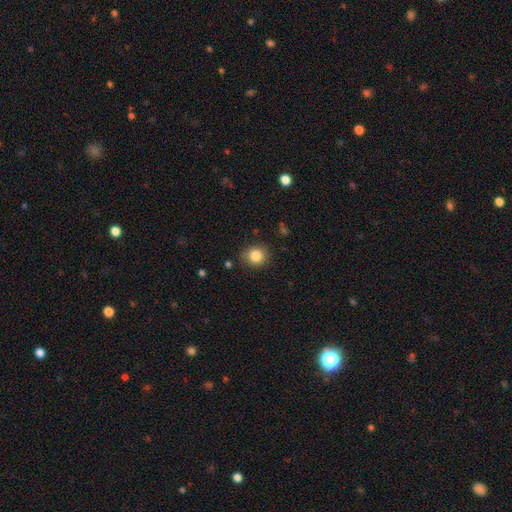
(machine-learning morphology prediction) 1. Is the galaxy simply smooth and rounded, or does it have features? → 84% smooth, 10% star or artifact, 6% featured or disk.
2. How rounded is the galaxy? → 84% round, 15% in between, 1% cigar-shaped.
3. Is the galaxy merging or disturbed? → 85% none, 10% minor disturbance, 3% major disturbance, 2% merger.